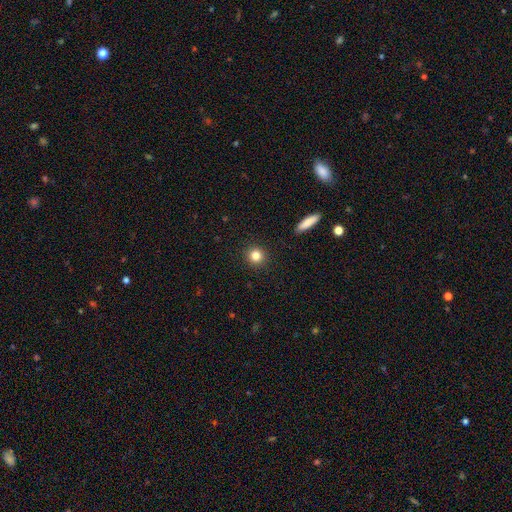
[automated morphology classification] A smooth galaxy with no disk features (82%) that is round (92%).

Vote fractions:
- Smooth or featured? smooth: 82% / star or artifact: 11% / featured or disk: 6%
- How rounded? round: 92% / in between: 7% / cigar-shaped: 1%
- Merging? none: 92% / minor disturbance: 5% / major disturbance: 2% / merger: 1%